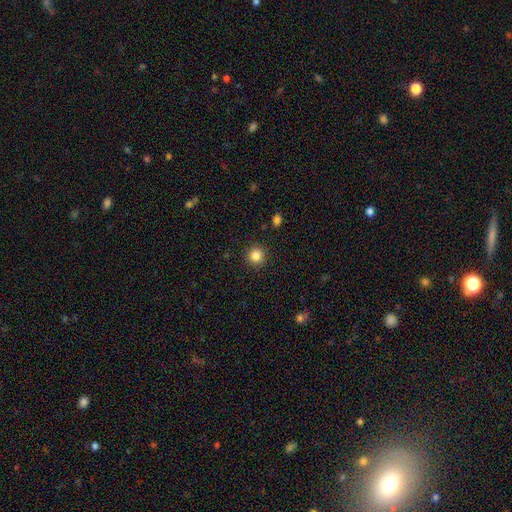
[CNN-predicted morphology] smooth-or-featured: smooth: 84% | star or artifact: 11% | featured or disk: 5%
  how-rounded: round: 93% | in between: 6% | cigar-shaped: 1%
  merging: none: 91% | minor disturbance: 6% | major disturbance: 2% | merger: 1%